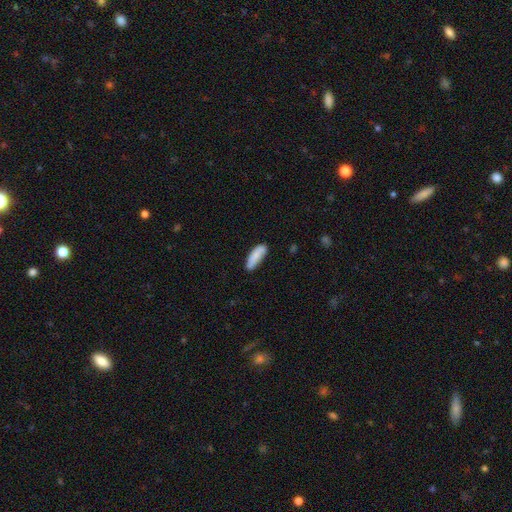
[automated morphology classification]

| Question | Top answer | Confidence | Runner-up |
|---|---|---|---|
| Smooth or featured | smooth | 79% | featured or disk (15%) |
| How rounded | in between | 60% | cigar-shaped (38%) |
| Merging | none | 67% | minor disturbance (24%) |